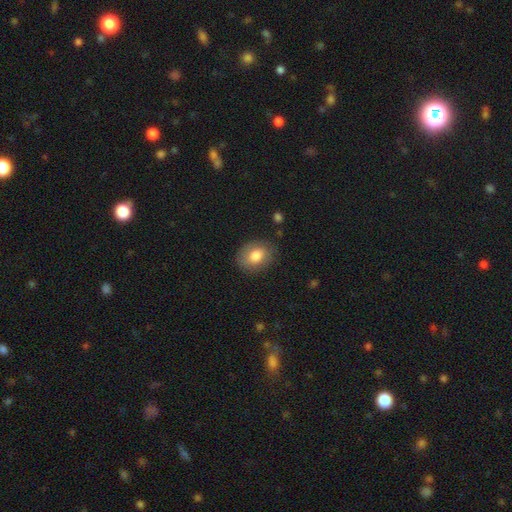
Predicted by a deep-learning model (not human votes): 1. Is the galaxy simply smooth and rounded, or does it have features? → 80% smooth, 13% featured or disk, 8% star or artifact.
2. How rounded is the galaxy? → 58% in between, 41% round, 1% cigar-shaped.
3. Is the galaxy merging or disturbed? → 82% none, 13% minor disturbance, 4% major disturbance, 1% merger.